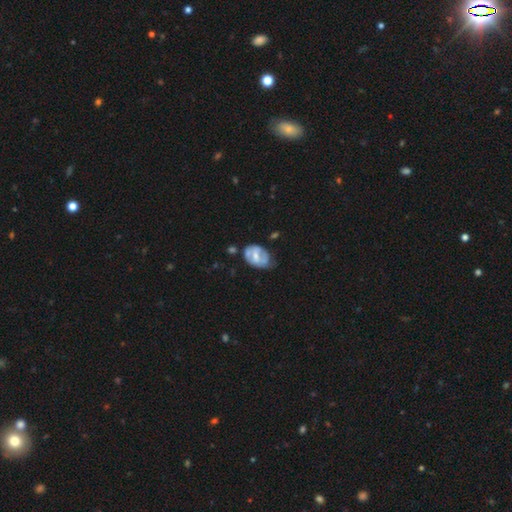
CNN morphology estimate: A featured or disk galaxy (53%) with a weak bar (41%), no spiral arms (59%) and a moderate central bulge (57%). Merging: none (39%).